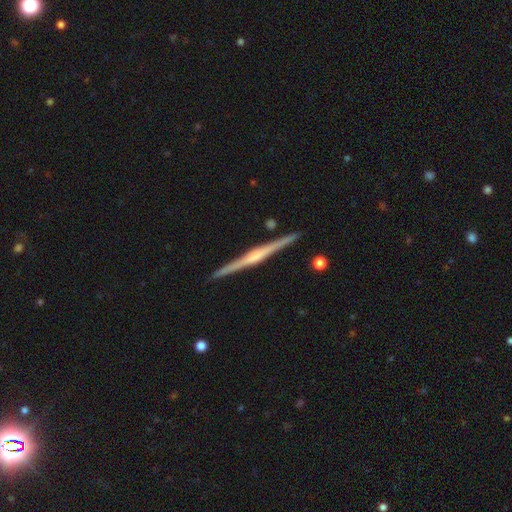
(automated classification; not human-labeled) Smooth or featured? Predicted: featured or disk (p=0.81). Edge-on disk? Predicted: yes (p=0.99). Edge-on bulge? Predicted: rounded (p=0.58). Merging? Predicted: none (p=0.92).